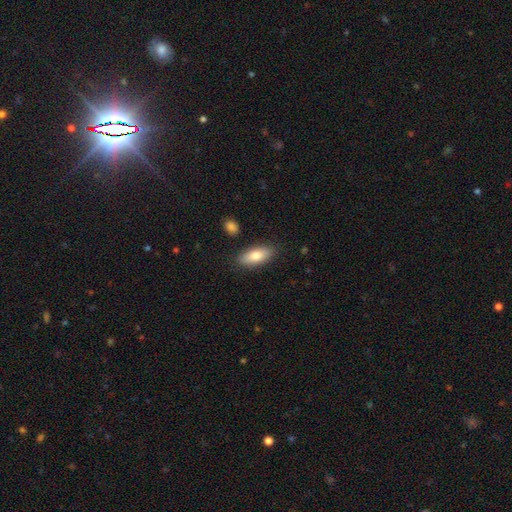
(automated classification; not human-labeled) Smooth or featured?
  - smooth: 79% *
  - featured or disk: 14%
  - star or artifact: 6%
How rounded?
  - in between: 79% *
  - cigar-shaped: 18%
  - round: 3%
Merging?
  - none: 84% *
  - minor disturbance: 11%
  - major disturbance: 2%
  - merger: 2%